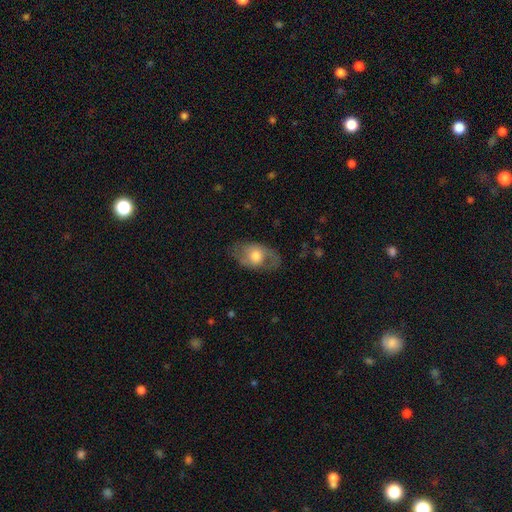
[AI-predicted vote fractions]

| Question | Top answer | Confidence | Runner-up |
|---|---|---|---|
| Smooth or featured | featured or disk | 47% | smooth (46%) |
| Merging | none | 68% | minor disturbance (19%) |